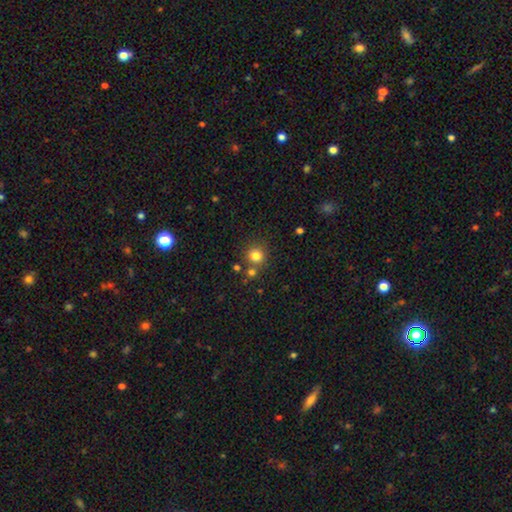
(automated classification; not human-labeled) smooth 80%, star or artifact 14%, featured or disk 6%. Down the decision tree: how rounded — round (91%); merging — none (74%).